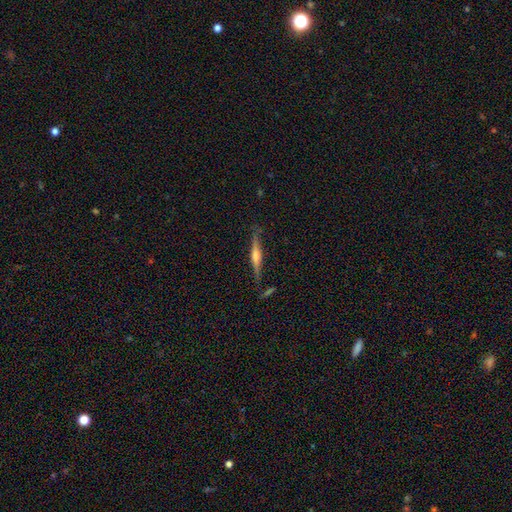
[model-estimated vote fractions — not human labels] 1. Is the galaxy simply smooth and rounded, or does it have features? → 75% featured or disk, 18% smooth, 7% star or artifact.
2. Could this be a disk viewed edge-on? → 98% yes, 2% no.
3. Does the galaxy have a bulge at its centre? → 79% rounded, 13% boxy, 7% none.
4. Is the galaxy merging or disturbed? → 83% none, 11% minor disturbance, 3% merger, 3% major disturbance.